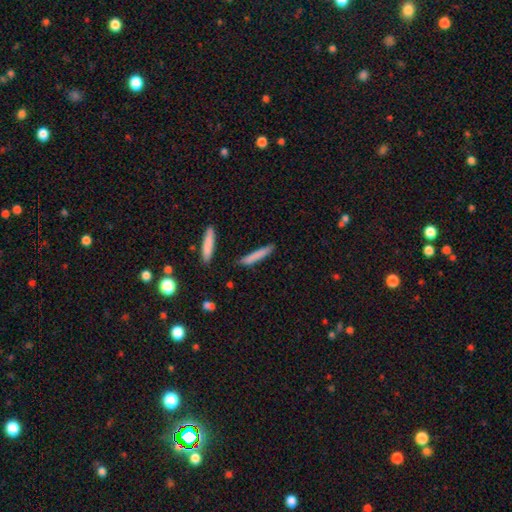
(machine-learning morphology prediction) smooth-or-featured: smooth: 78% | featured or disk: 16% | star or artifact: 6%
  how-rounded: cigar-shaped: 93% | in between: 6% | round: 1%
  merging: none: 85% | minor disturbance: 10% | merger: 3% | major disturbance: 2%